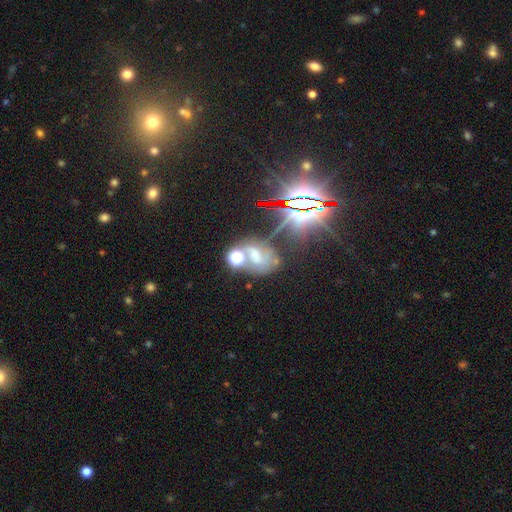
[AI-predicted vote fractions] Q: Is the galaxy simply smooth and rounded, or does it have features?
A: featured or disk — 39%.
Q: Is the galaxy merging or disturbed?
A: none — 32%.